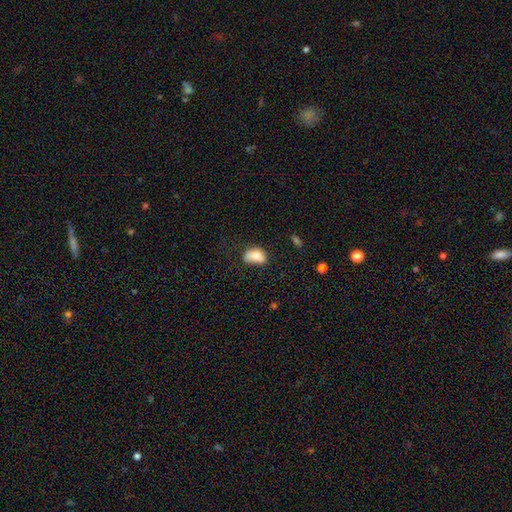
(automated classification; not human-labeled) The model was most divided on "merging": none: 46%, minor disturbance: 37%, major disturbance: 13%, merger: 5%. More confident: how rounded — in between (80%); smooth or featured — smooth (79%).